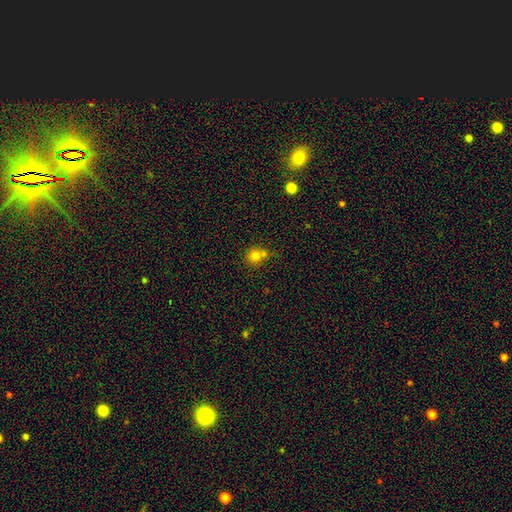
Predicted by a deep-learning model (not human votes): The model was most divided on "merging": none: 50%, merger: 37%, minor disturbance: 10%, major disturbance: 3%. More confident: how rounded — round (88%); smooth or featured — smooth (77%).